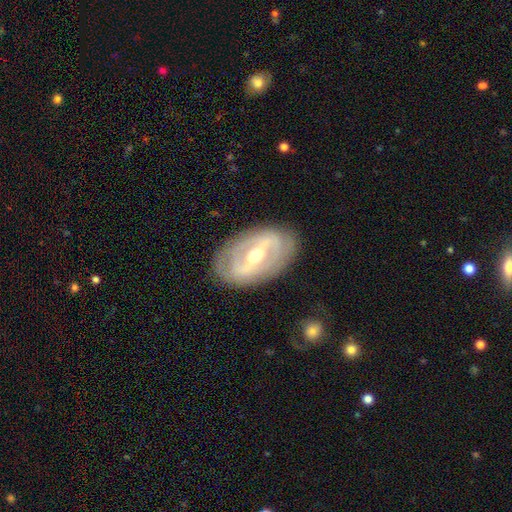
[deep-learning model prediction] This appears to be a featured or disk galaxy (76%) with a strong bar (56%), spiral arms (62%) and a moderate central bulge (63%). Merging: none (83%).